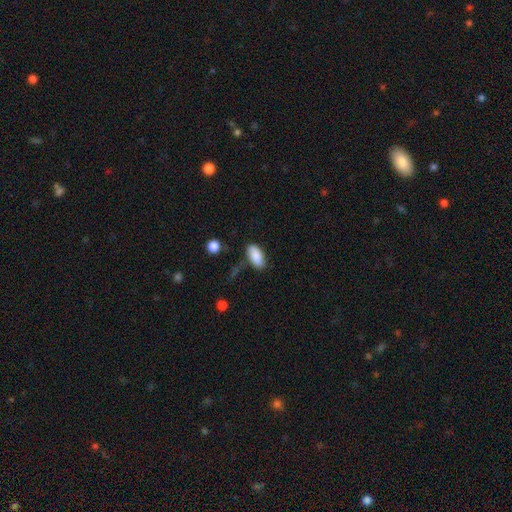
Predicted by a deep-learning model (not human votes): Smooth or featured?
  - smooth: 87% *
  - star or artifact: 7%
  - featured or disk: 6%
How rounded?
  - in between: 92% *
  - cigar-shaped: 5%
  - round: 3%
Merging?
  - none: 69% *
  - minor disturbance: 21%
  - major disturbance: 6%
  - merger: 4%